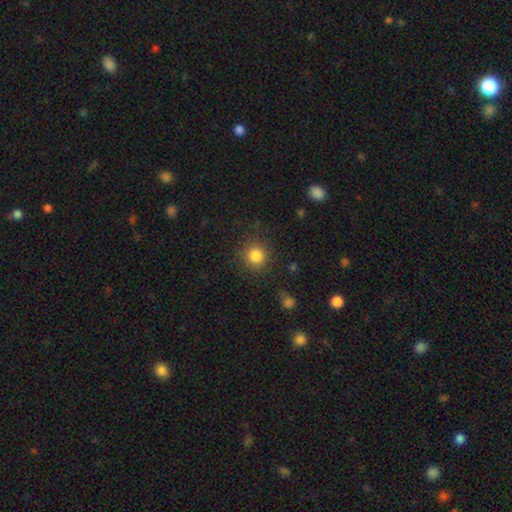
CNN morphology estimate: smooth 84%, star or artifact 11%, featured or disk 5%. Down the decision tree: how rounded — round (91%); merging — none (85%).